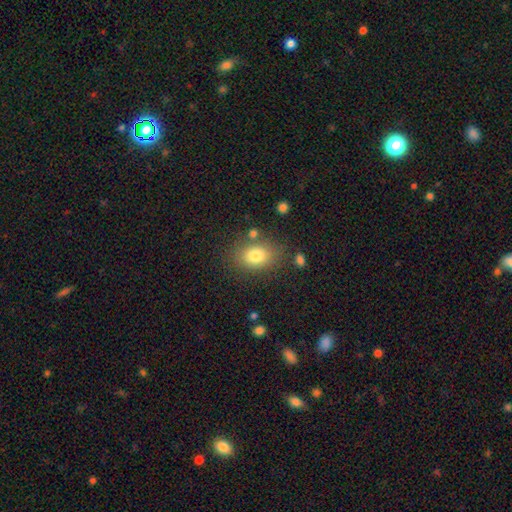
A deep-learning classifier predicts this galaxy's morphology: Smooth or featured?
  - smooth: 79% *
  - featured or disk: 10%
  - star or artifact: 10%
How rounded?
  - in between: 74% *
  - round: 24%
  - cigar-shaped: 1%
Merging?
  - none: 78% *
  - minor disturbance: 12%
  - merger: 5%
  - major disturbance: 4%